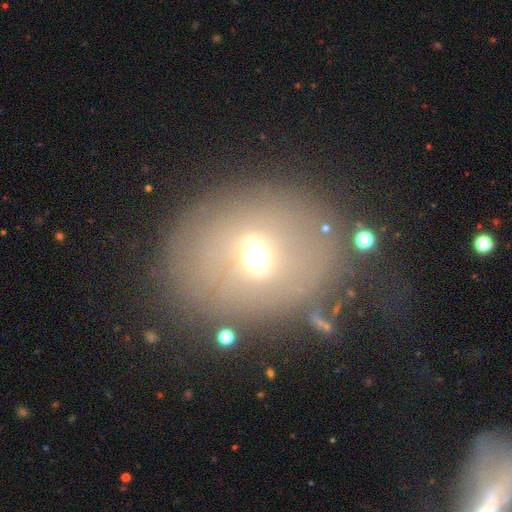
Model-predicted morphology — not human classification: Q: Smooth or featured?
A: featured or disk (44%); runner-up: smooth (37%)
Q: Merging?
A: none (65%); runner-up: minor disturbance (15%)